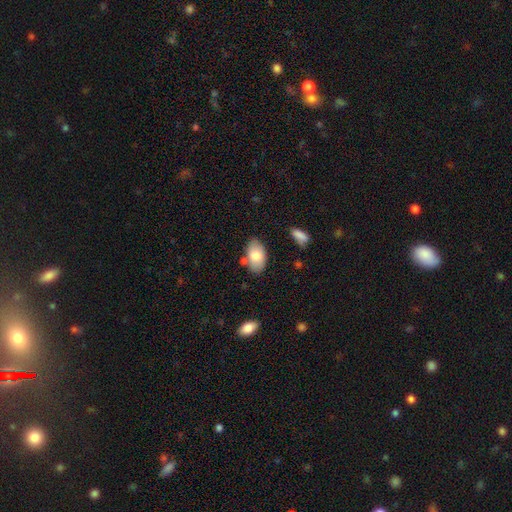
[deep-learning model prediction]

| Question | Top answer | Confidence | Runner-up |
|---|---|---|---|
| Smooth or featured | smooth | 76% | featured or disk (18%) |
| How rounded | in between | 93% | round (5%) |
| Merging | none | 75% | minor disturbance (16%) |